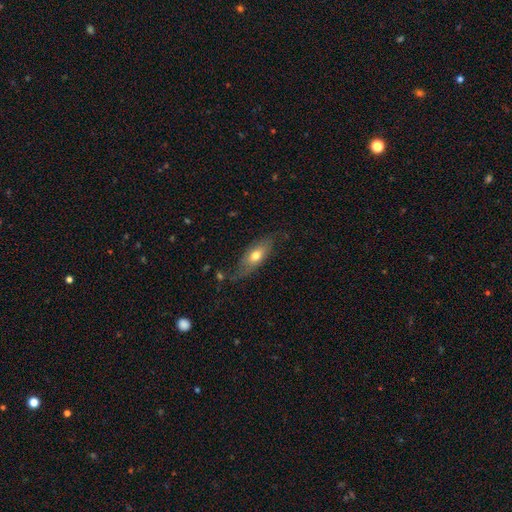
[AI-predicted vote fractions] smooth_or_featured: smooth (p=0.62) [alt: featured or disk p=0.32]
how_rounded: in between (p=0.74) [alt: cigar-shaped p=0.22]
merging: none (p=0.64) [alt: minor disturbance p=0.25]